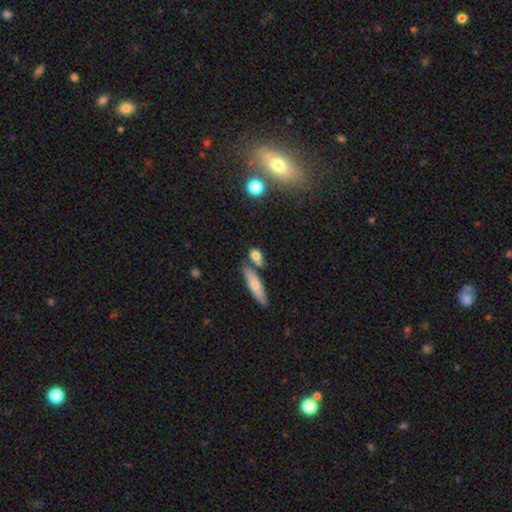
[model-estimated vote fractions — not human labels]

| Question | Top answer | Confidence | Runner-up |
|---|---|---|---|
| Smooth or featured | smooth | 74% | featured or disk (16%) |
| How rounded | in between | 54% | round (27%) |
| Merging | none | 59% | merger (24%) |